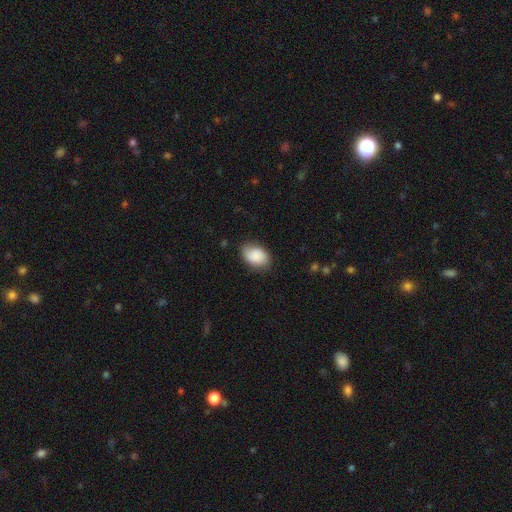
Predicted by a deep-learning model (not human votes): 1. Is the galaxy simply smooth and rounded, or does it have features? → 83% smooth, 10% featured or disk, 7% star or artifact.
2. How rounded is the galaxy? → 84% in between, 15% round, 1% cigar-shaped.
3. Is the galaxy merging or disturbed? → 74% none, 20% minor disturbance, 5% major disturbance, 1% merger.